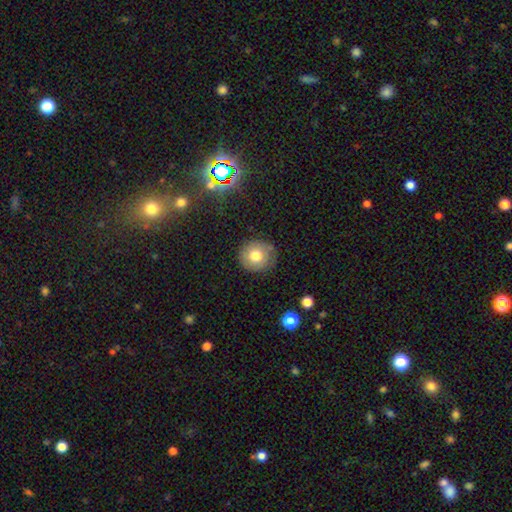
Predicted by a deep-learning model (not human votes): Overall: smooth (72%). How rounded: round (90%). Merging: none (83%).